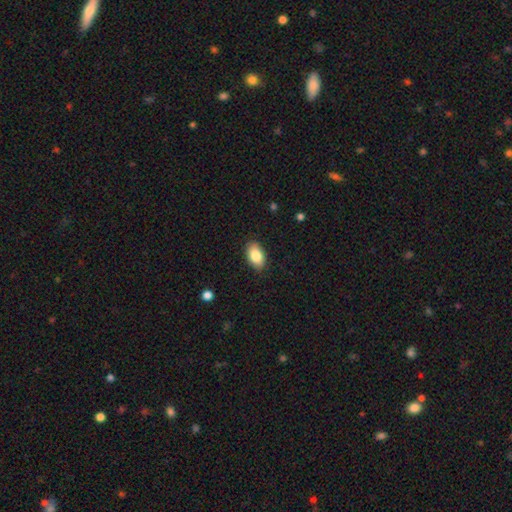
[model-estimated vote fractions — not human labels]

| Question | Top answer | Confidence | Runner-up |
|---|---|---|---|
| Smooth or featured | smooth | 85% | featured or disk (8%) |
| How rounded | in between | 92% | round (6%) |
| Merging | none | 87% | minor disturbance (10%) |